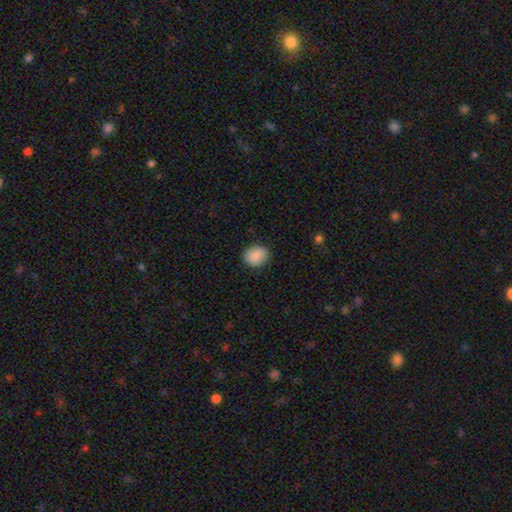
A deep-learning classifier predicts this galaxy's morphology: Smooth or featured? smooth (87%)
How rounded? round (72%)
Merging? none (87%)